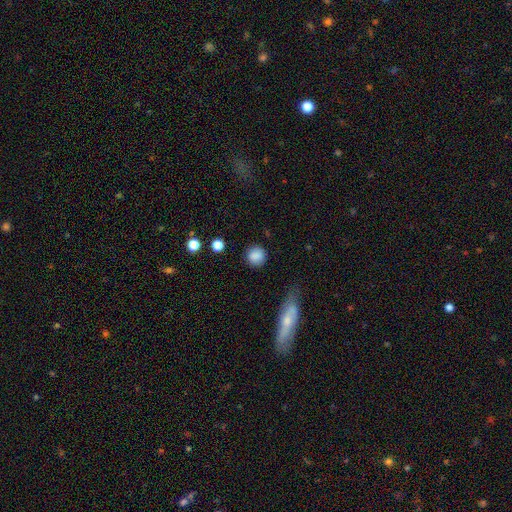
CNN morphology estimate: smooth 86%, star or artifact 9%, featured or disk 5%. Down the decision tree: how rounded — round (90%); merging — none (84%).